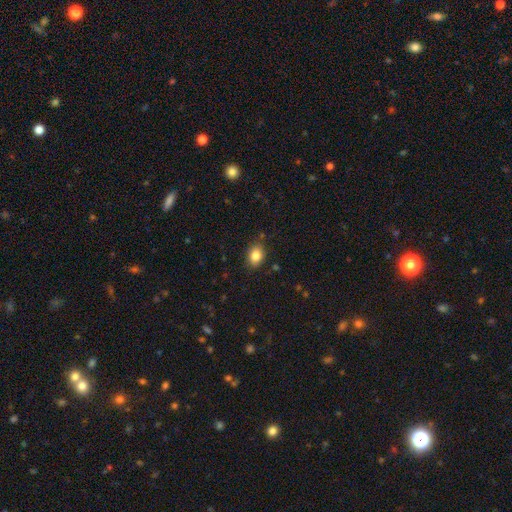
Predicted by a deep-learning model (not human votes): This appears to be a smooth galaxy with no disk features (84%) that is in between round and cigar-shaped (65%). Merging: none (84%).